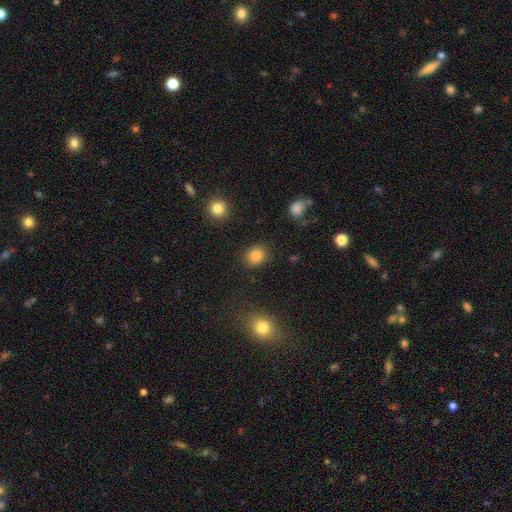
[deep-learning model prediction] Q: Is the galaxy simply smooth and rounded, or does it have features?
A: smooth — 85%.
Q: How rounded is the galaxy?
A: round — 62%.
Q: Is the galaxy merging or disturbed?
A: none — 86%.